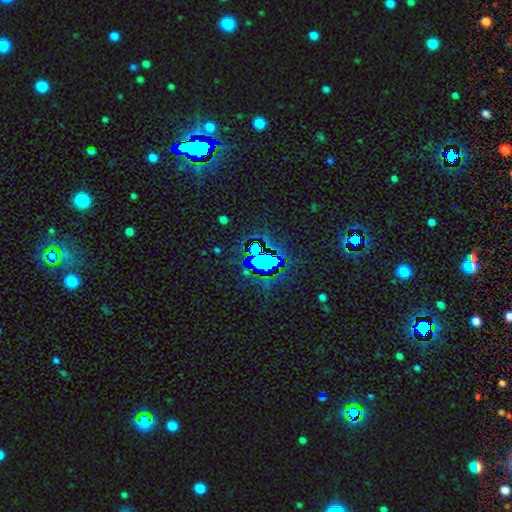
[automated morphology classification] star or artifact 73%, smooth 16%, featured or disk 11%.